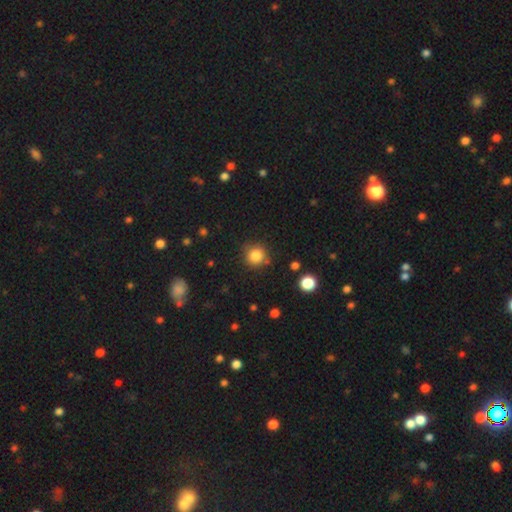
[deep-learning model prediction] A smooth galaxy with no disk features (83%) that is round (92%). Merging: none (83%).